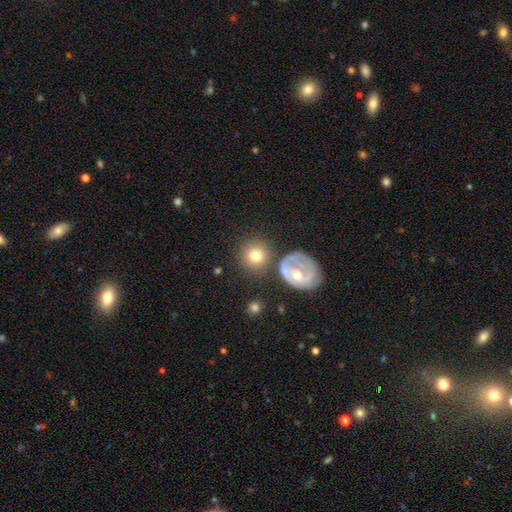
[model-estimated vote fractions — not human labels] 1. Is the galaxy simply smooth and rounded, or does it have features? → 72% smooth, 19% featured or disk, 9% star or artifact.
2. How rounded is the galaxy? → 86% round, 12% in between, 1% cigar-shaped.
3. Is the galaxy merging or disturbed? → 66% none, 15% merger, 13% minor disturbance, 6% major disturbance.